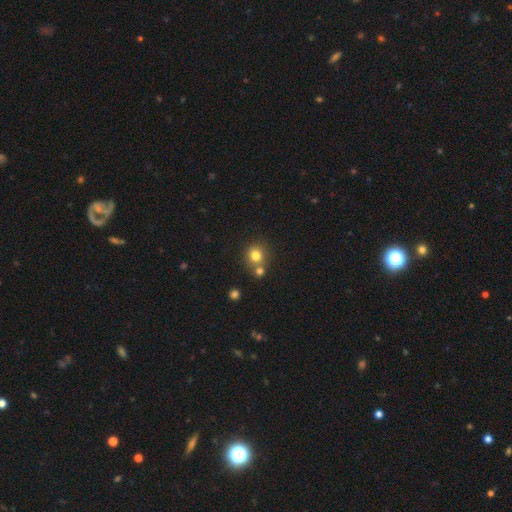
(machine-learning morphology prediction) smooth_or_featured: smooth (p=0.79) [alt: star or artifact p=0.13]
how_rounded: round (p=0.84) [alt: in between p=0.15]
merging: none (p=0.61) [alt: merger p=0.27]